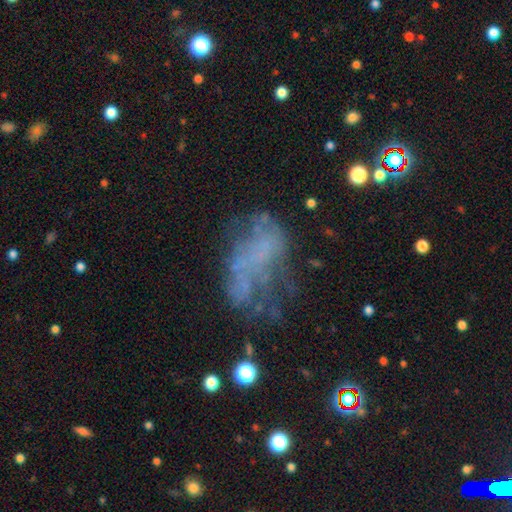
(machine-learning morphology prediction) Q: Smooth or featured?
A: featured or disk (43%); runner-up: smooth (31%)
Q: Merging?
A: major disturbance (36%); runner-up: none (34%)